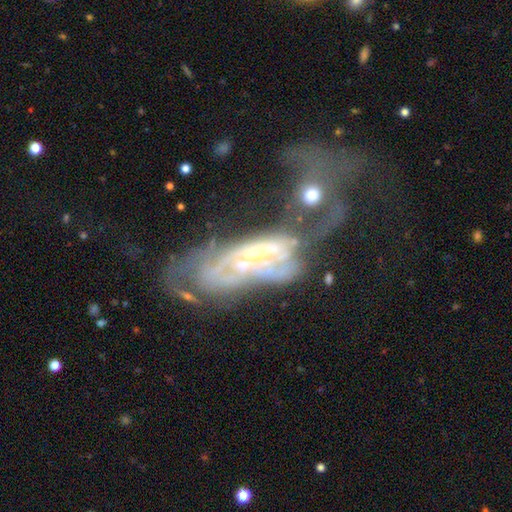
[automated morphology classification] This appears to be a featured or disk galaxy (74%) with no bar (67%), spiral arms (59%) and a small central bulge (45%). Merging: merger (50%).